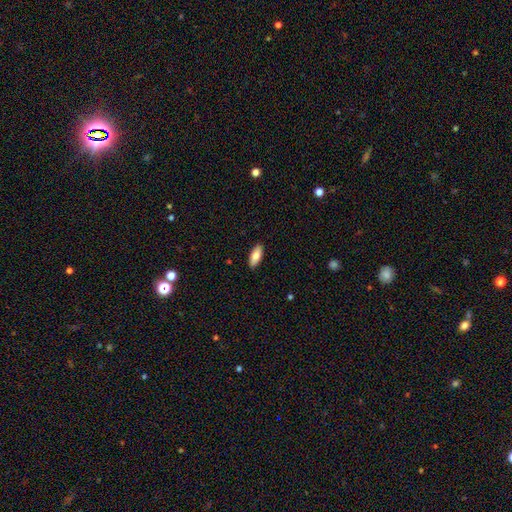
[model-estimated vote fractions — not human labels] Overall: smooth (81%). How rounded: in between (82%). Merging: none (90%).